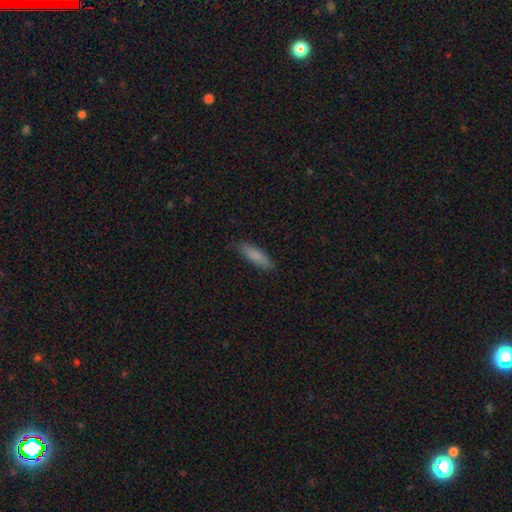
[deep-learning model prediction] A smooth galaxy with no disk features (83%) that is cigar-shaped (60%).

Vote fractions:
- Smooth or featured? smooth: 83% / featured or disk: 10% / star or artifact: 6%
- How rounded? cigar-shaped: 60% / in between: 38% / round: 2%
- Merging? none: 80% / minor disturbance: 17% / major disturbance: 3% / merger: 1%